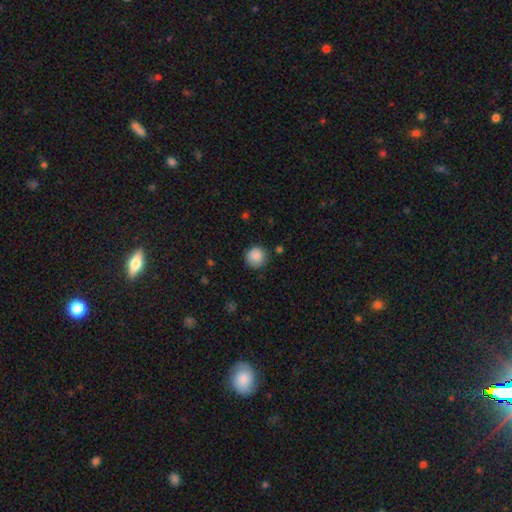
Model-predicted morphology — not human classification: The model was most divided on "merging": none: 86%, minor disturbance: 10%, major disturbance: 3%, merger: 2%. More confident: how rounded — round (94%); smooth or featured — smooth (88%).